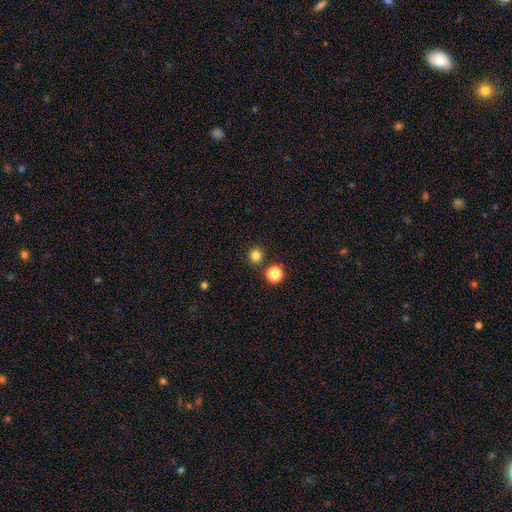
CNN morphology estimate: smooth 81%, star or artifact 15%, featured or disk 4%. Down the decision tree: how rounded — round (92%); merging — none (87%).